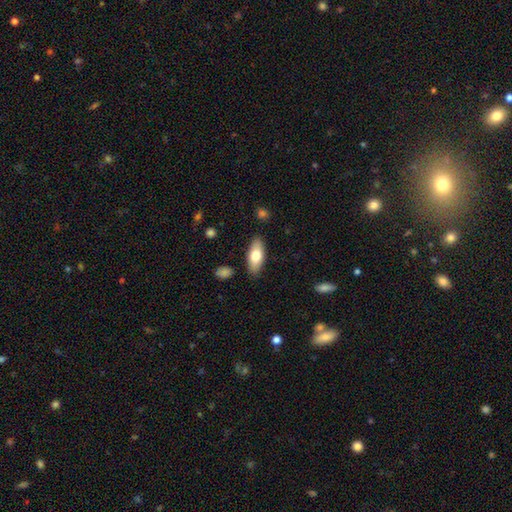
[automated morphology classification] Q: Smooth or featured?
A: smooth (73%); runner-up: featured or disk (21%)
Q: How rounded?
A: in between (81%); runner-up: cigar-shaped (16%)
Q: Merging?
A: none (87%); runner-up: minor disturbance (9%)